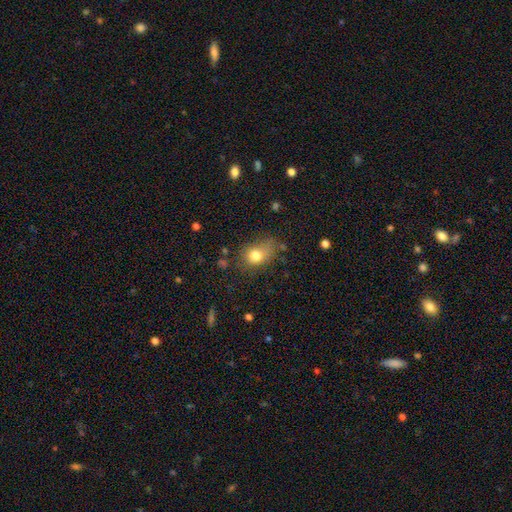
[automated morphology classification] This appears to be a smooth galaxy with no disk features (78%) that is in between round and cigar-shaped (55%). Merging: none (50%).